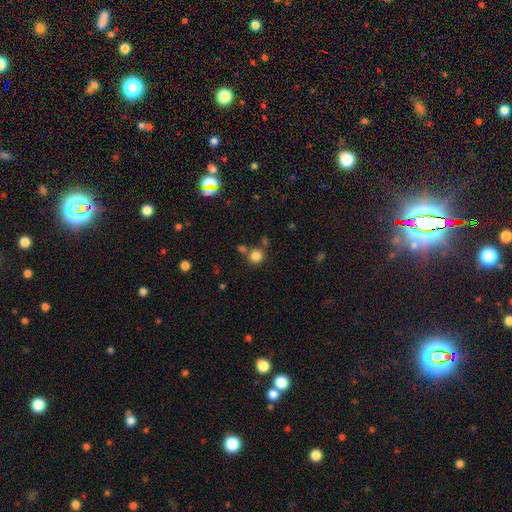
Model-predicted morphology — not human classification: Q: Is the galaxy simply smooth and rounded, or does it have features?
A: smooth — 82%.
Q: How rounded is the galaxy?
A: round — 92%.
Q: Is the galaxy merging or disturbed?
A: none — 73%.